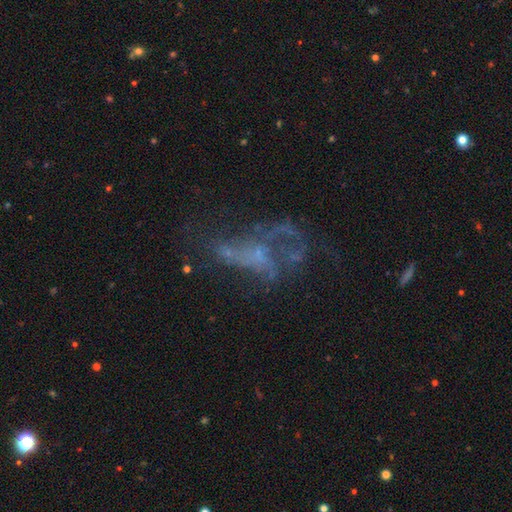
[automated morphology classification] type=featured or disk (63%); edge-on=no (97%); bar=no (83%); spiral arms=no (68%); bulge=none (62%); merging=major disturbance (40%).